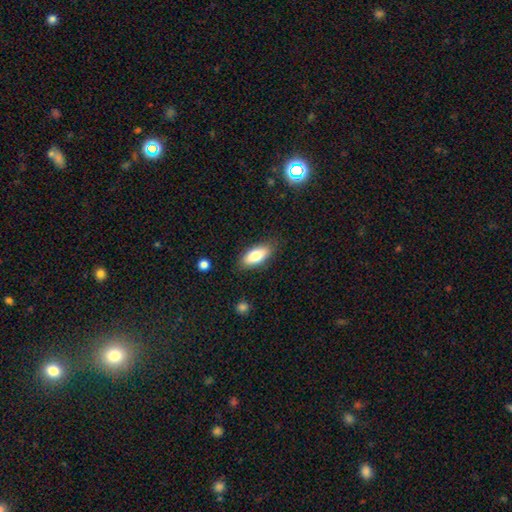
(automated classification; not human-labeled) A smooth galaxy with no disk features (78%) that is in between round and cigar-shaped (82%). Merging: none (84%).